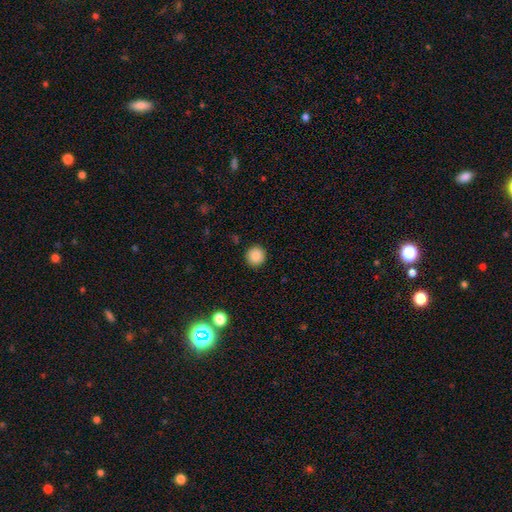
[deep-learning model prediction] smooth-or-featured: smooth: 87% | star or artifact: 10% | featured or disk: 4%
  how-rounded: round: 94% | in between: 5% | cigar-shaped: 1%
  merging: none: 92% | minor disturbance: 5% | major disturbance: 2% | merger: 1%